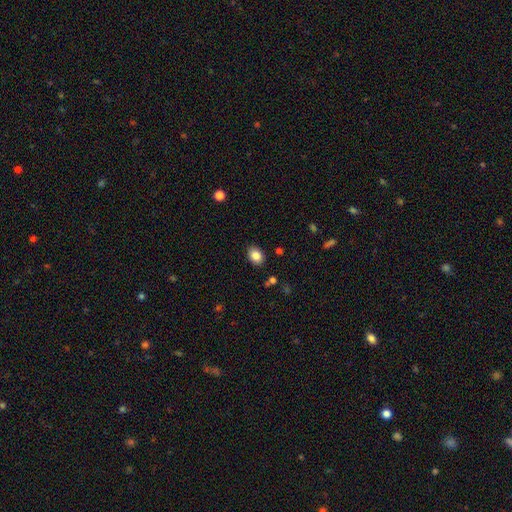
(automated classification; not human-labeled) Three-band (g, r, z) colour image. It shows a smooth galaxy with no disk features (85%) that is in between round and cigar-shaped (71%). Merging: none (87%).